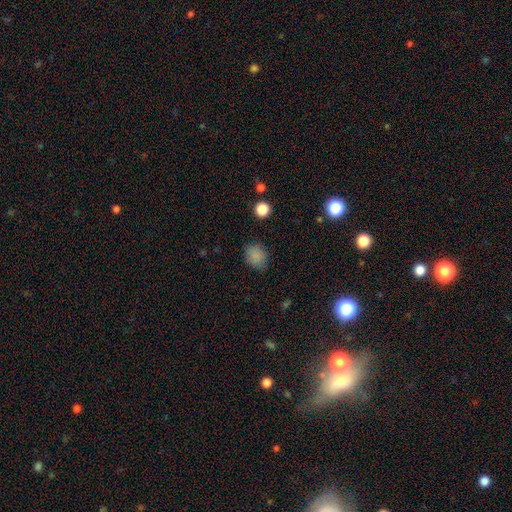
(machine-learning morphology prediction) Smooth or featured: smooth — 83% (star or artifact — 12%)
How rounded: round — 59% (in between — 40%)
Merging: none — 78% (minor disturbance — 17%)